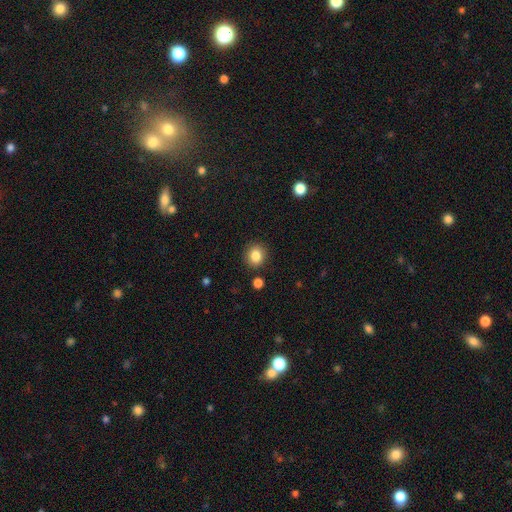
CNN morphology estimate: smooth-or-featured: smooth: 84% | star or artifact: 11% | featured or disk: 6%
  how-rounded: round: 81% | in between: 19% | cigar-shaped: 1%
  merging: none: 89% | minor disturbance: 7% | merger: 2% | major disturbance: 2%